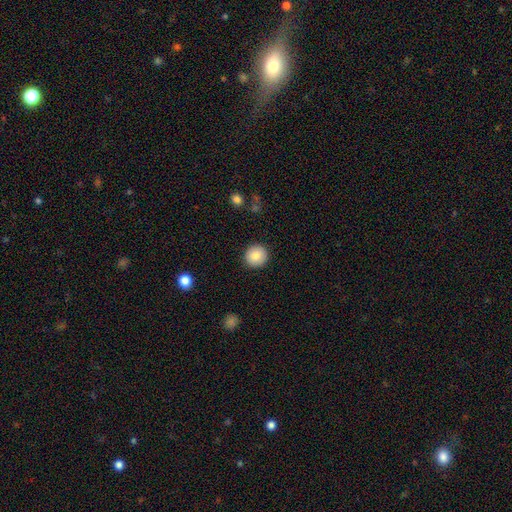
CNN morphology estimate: Smooth or featured? Predicted: smooth (p=0.83). How rounded? Predicted: round (p=0.93). Merging? Predicted: none (p=0.91).